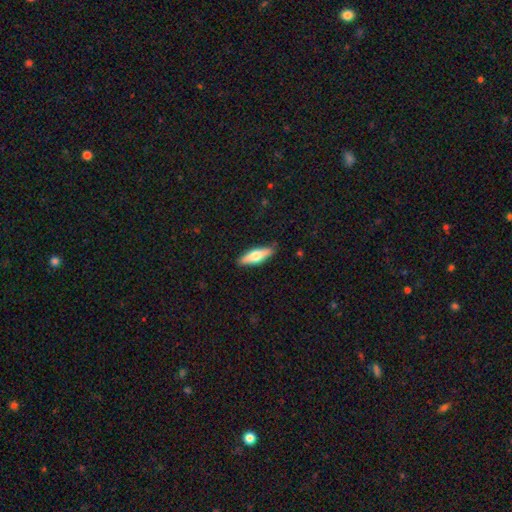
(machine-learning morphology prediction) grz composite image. It shows a smooth galaxy with no disk features (59%) that is cigar-shaped (53%). Merging: none (87%).